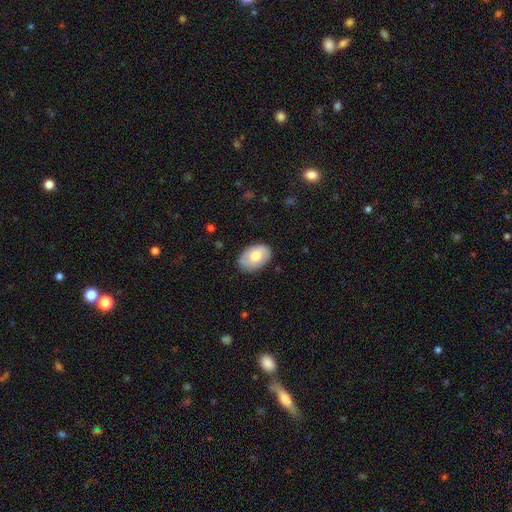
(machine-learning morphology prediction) A smooth galaxy with no disk features (71%) that is in between round and cigar-shaped (88%). Merging: none (81%).